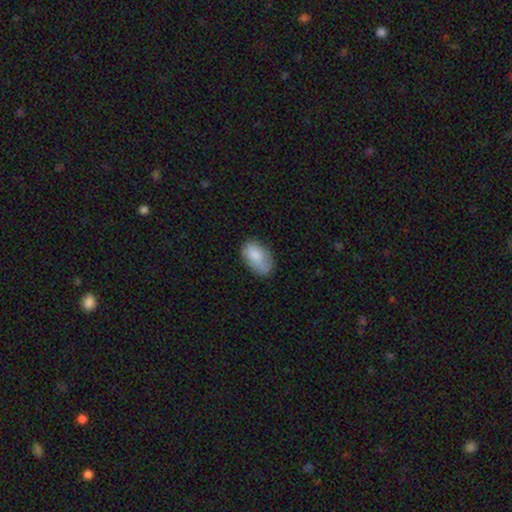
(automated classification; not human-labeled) This appears to be a smooth galaxy with no disk features (82%) that is in between round and cigar-shaped (93%). Merging: none (66%).